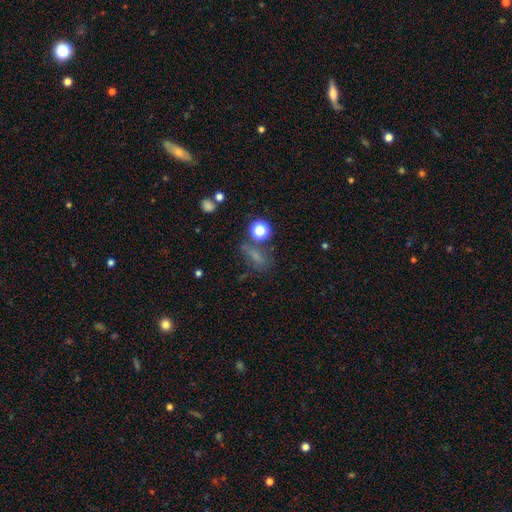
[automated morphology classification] Smooth or featured: smooth — 53% (star or artifact — 32%)
How rounded: in between — 57% (round — 31%)
Merging: none — 53% (minor disturbance — 20%)